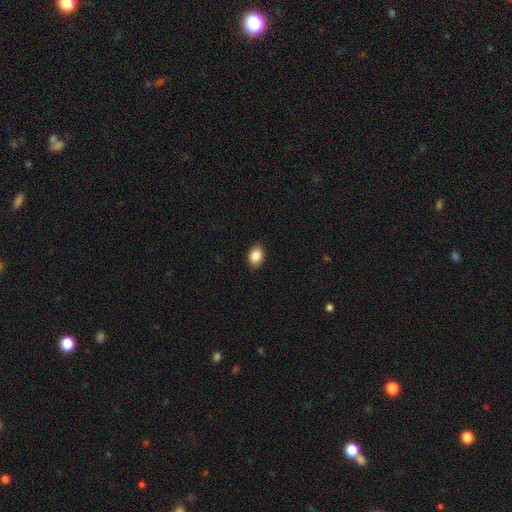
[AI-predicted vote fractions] Overall: smooth (86%). How rounded: in between (80%). Merging: none (88%).